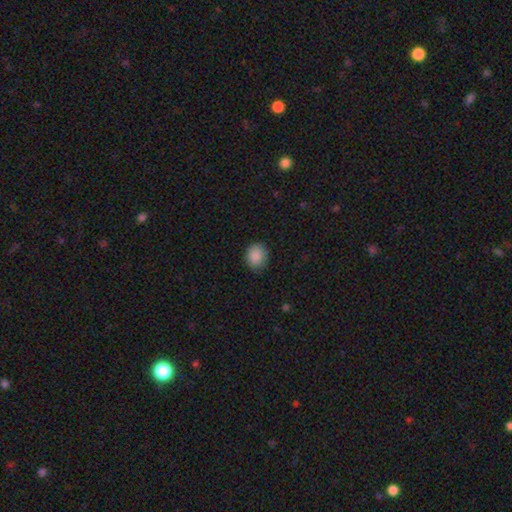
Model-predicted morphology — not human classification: Smooth or featured? smooth (89%)
How rounded? round (61%)
Merging? none (82%)